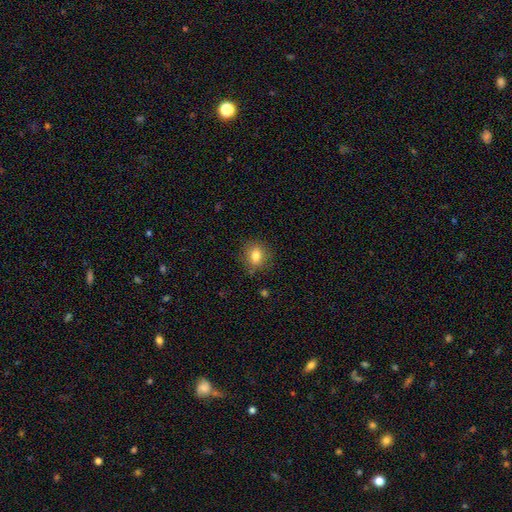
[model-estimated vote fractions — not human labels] Smooth or featured?
  - smooth: 80% *
  - star or artifact: 10%
  - featured or disk: 10%
How rounded?
  - round: 61% *
  - in between: 38%
  - cigar-shaped: 1%
Merging?
  - none: 83% *
  - minor disturbance: 12%
  - major disturbance: 3%
  - merger: 2%